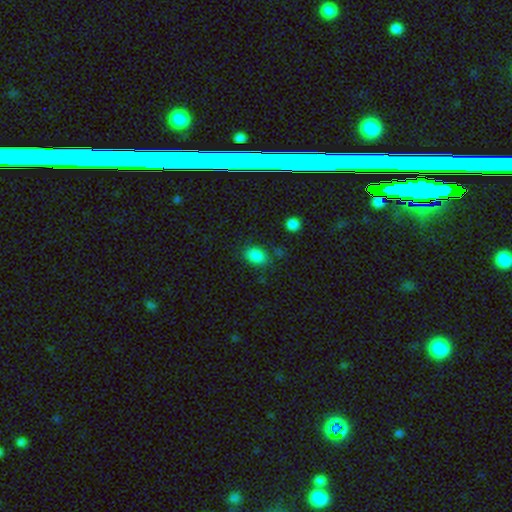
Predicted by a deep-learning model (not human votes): The model was most divided on "how rounded": in between: 70%, round: 28%, cigar-shaped: 1%. More confident: smooth or featured — smooth (86%); merging — none (77%).